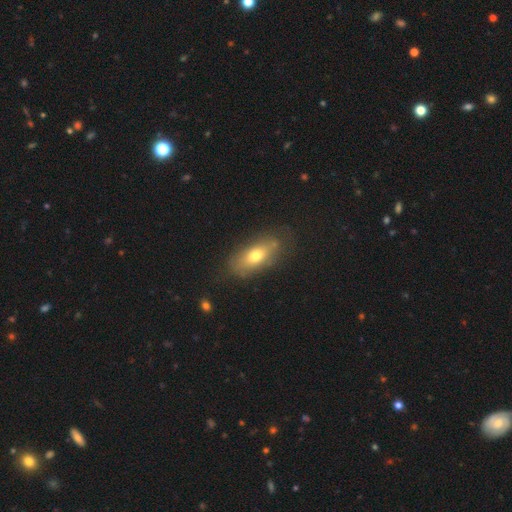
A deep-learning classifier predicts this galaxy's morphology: This appears to be a smooth galaxy with no disk features (66%) that is in between round and cigar-shaped (83%). Merging: none (70%).